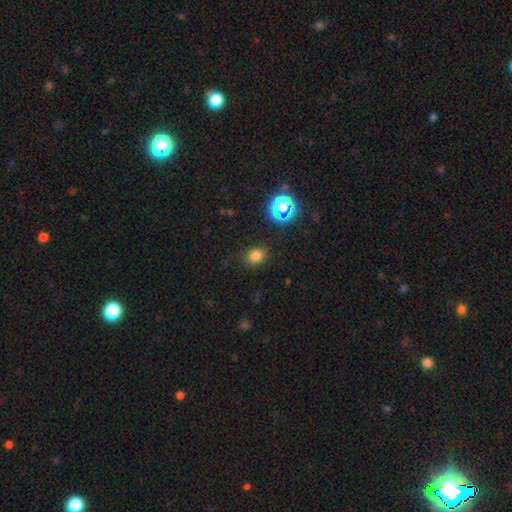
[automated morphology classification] A smooth galaxy with no disk features (78%) that is round (55%).

Vote fractions:
- Smooth or featured? smooth: 78% / star or artifact: 17% / featured or disk: 5%
- How rounded? round: 55% / in between: 44% / cigar-shaped: 1%
- Merging? none: 85% / minor disturbance: 10% / major disturbance: 3% / merger: 1%